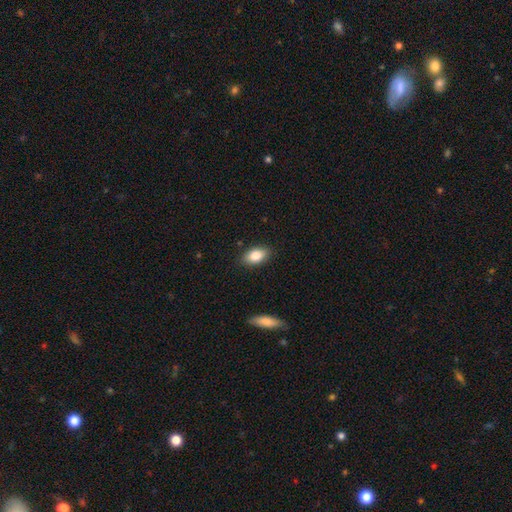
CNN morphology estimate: This appears to be a smooth galaxy with no disk features (84%) that is in between round and cigar-shaped (90%). Merging: none (87%).